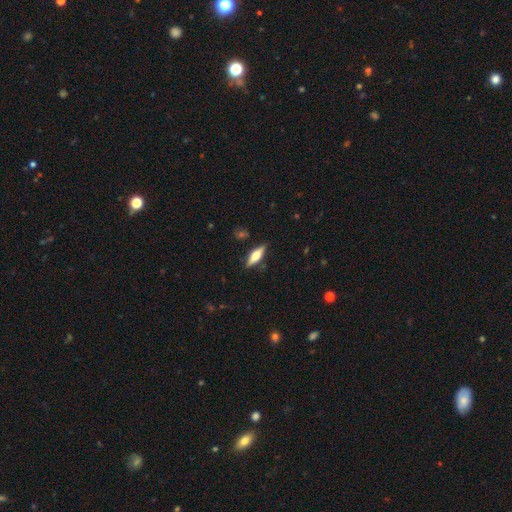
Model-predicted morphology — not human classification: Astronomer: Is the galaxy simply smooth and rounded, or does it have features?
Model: featured or disk — 50% (runner-up: smooth, 44%).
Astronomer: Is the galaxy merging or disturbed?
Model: none — 85%.